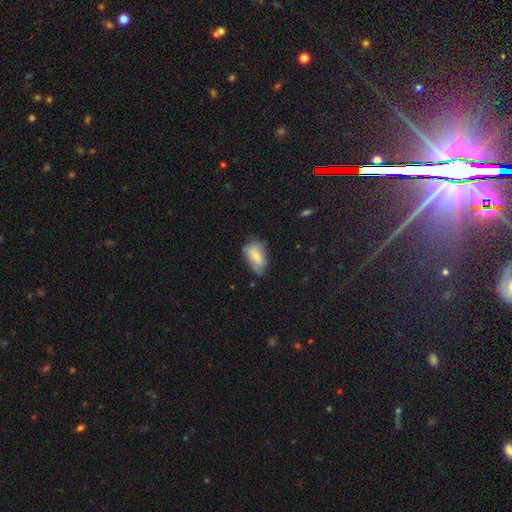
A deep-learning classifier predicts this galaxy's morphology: Smooth or featured? Predicted: smooth (p=0.67). How rounded? Predicted: in between (p=0.91). Merging? Predicted: none (p=0.53).